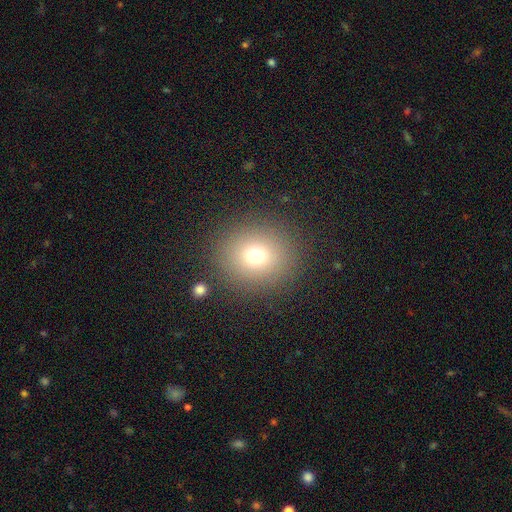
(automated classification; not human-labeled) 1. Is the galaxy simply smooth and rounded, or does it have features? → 72% smooth, 17% star or artifact, 11% featured or disk.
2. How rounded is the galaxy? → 85% round, 15% in between, 1% cigar-shaped.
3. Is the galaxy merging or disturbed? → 87% none, 7% minor disturbance, 4% major disturbance, 2% merger.